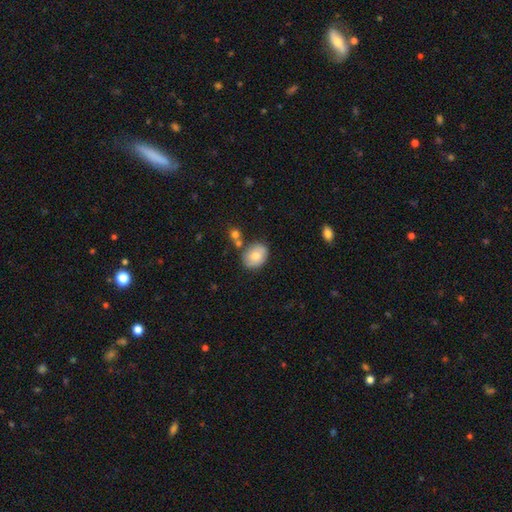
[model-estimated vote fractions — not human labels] Smooth or featured?
  - smooth: 77% *
  - featured or disk: 16%
  - star or artifact: 7%
How rounded?
  - in between: 61% *
  - round: 38%
  - cigar-shaped: 1%
Merging?
  - none: 71% *
  - minor disturbance: 16%
  - merger: 10%
  - major disturbance: 4%